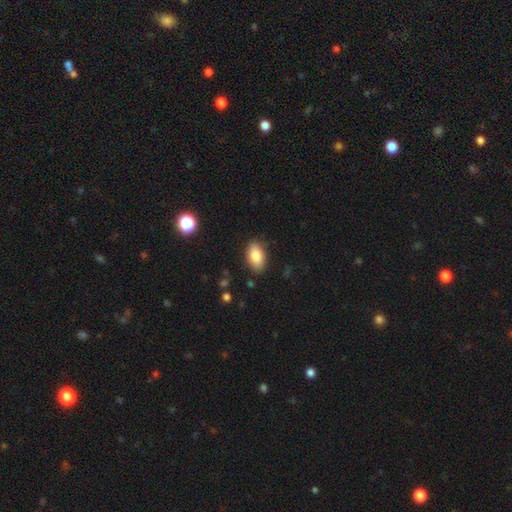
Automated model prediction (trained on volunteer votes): Smooth or featured: smooth — 83% (featured or disk — 10%)
How rounded: in between — 91% (round — 6%)
Merging: none — 86% (minor disturbance — 10%)